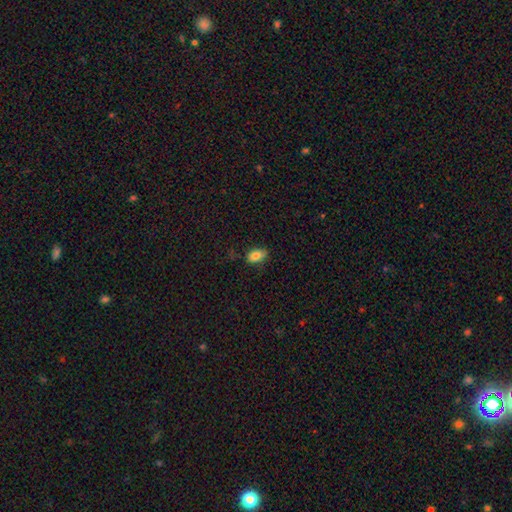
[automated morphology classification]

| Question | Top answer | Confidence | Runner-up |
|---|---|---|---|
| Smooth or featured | smooth | 84% | star or artifact (9%) |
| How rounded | in between | 90% | round (7%) |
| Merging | none | 79% | minor disturbance (17%) |